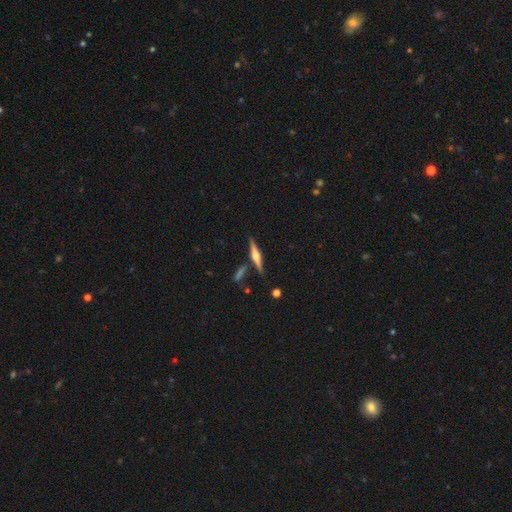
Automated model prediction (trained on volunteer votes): This appears to be a featured or disk galaxy (75%) viewed edge-on (98%) with a rounded central bulge (85%). Merging: none (83%).